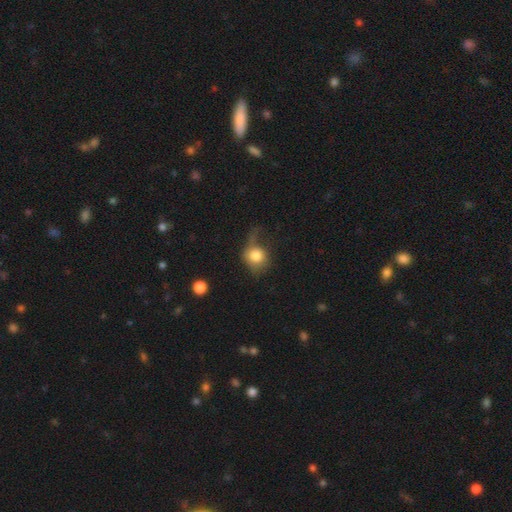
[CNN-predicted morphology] type=smooth (76%); roundness=round (76%); merging=major disturbance (40%).